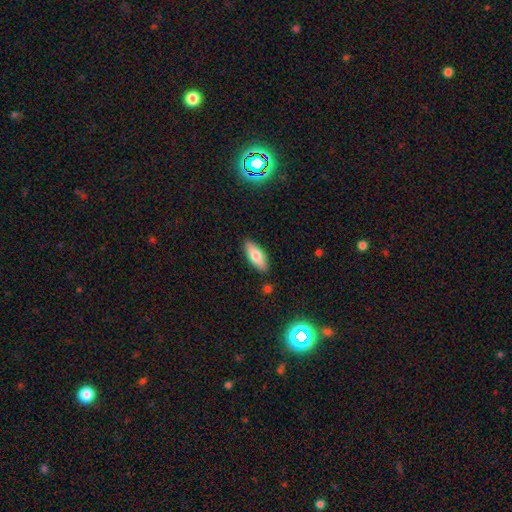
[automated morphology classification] Smooth or featured: smooth — 73% (featured or disk — 20%)
How rounded: in between — 75% (cigar-shaped — 23%)
Merging: none — 87% (minor disturbance — 9%)